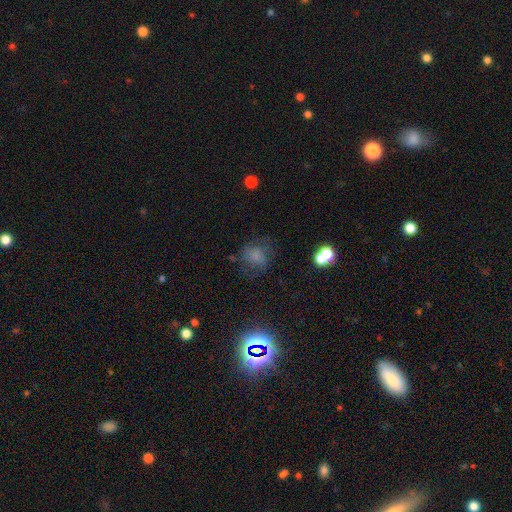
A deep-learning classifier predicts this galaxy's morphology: Q: Smooth or featured?
A: smooth (66%); runner-up: featured or disk (18%)
Q: How rounded?
A: round (70%); runner-up: in between (29%)
Q: Merging?
A: none (57%); runner-up: minor disturbance (22%)